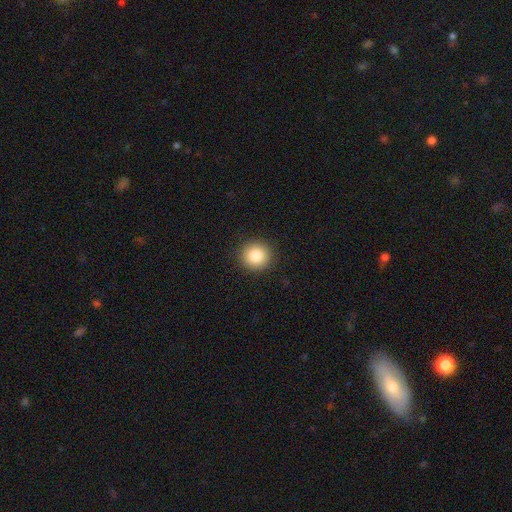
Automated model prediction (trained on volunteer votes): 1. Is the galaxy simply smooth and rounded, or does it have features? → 85% smooth, 9% star or artifact, 6% featured or disk.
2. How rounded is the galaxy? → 93% round, 6% in between, 1% cigar-shaped.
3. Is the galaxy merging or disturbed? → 92% none, 5% minor disturbance, 2% major disturbance, 1% merger.